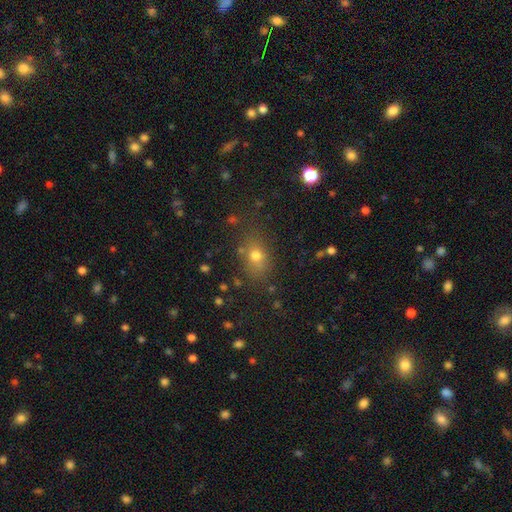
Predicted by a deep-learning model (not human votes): Smooth or featured? smooth (70%)
How rounded? in between (59%)
Merging? none (73%)